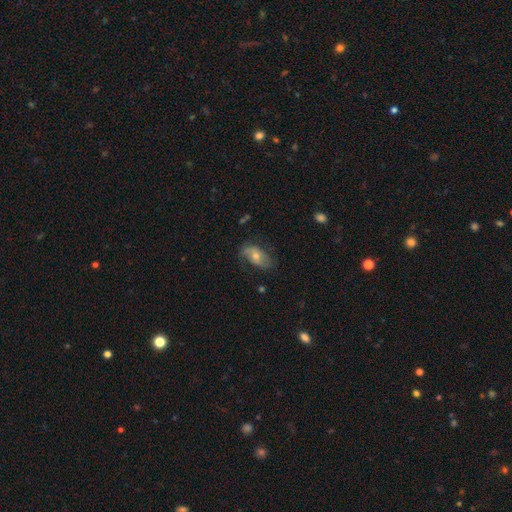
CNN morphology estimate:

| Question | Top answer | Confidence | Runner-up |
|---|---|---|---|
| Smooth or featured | featured or disk | 50% | smooth (42%) |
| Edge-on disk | no | 92% | yes (8%) |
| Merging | none | 59% | minor disturbance (26%) |